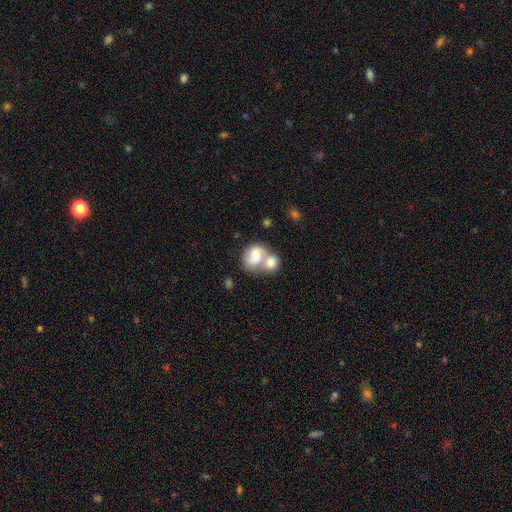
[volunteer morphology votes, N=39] Q: Smooth or featured?
A: featured or disk (62%); runner-up: smooth (33%)
Q: Edge-on disk?
A: no (100%)
Q: Bar?
A: no (58%); runner-up: weak (29%)
Q: Spiral arms?
A: yes (79%); runner-up: no (21%)
Q: Spiral winding?
A: medium (47%); tied with: loose (47%)
Q: Spiral arm count?
A: 2 (100%)
Q: Bulge size?
A: moderate (54%); runner-up: large (25%)
Q: Merging?
A: merger (68%); runner-up: none (22%)